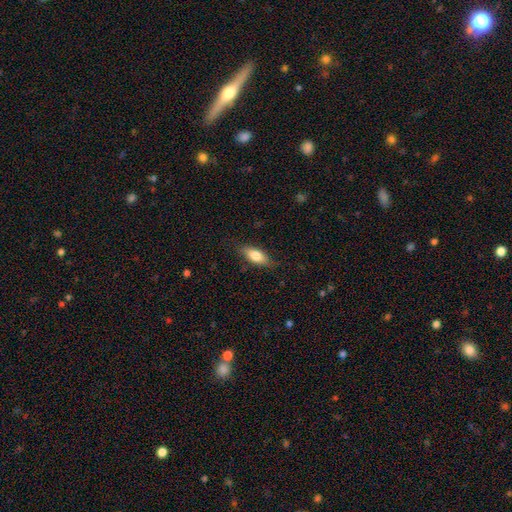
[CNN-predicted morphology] Smooth or featured: smooth — 75% (featured or disk — 18%)
How rounded: in between — 77% (cigar-shaped — 20%)
Merging: none — 81% (minor disturbance — 15%)